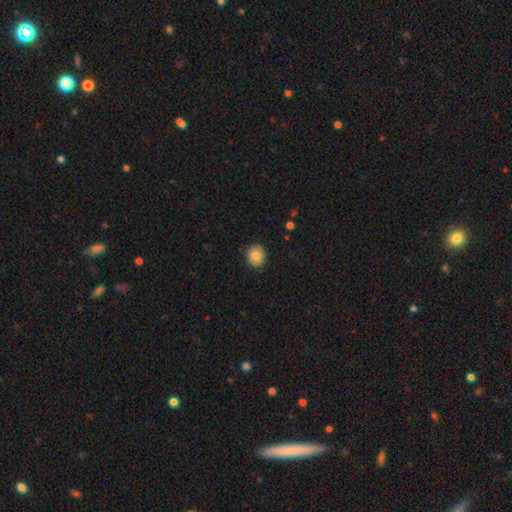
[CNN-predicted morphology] smooth-or-featured: smooth: 82% | featured or disk: 10% | star or artifact: 8%
  how-rounded: round: 79% | in between: 20% | cigar-shaped: 1%
  merging: none: 89% | minor disturbance: 8% | major disturbance: 2% | merger: 1%